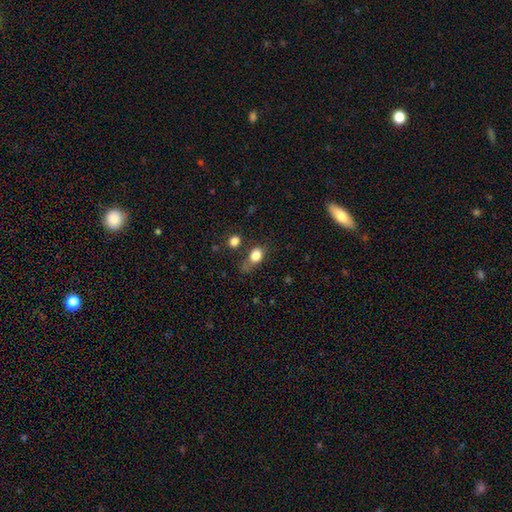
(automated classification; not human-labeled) smooth 82%, star or artifact 10%, featured or disk 8%. Down the decision tree: how rounded — in between (63%); merging — none (48%).